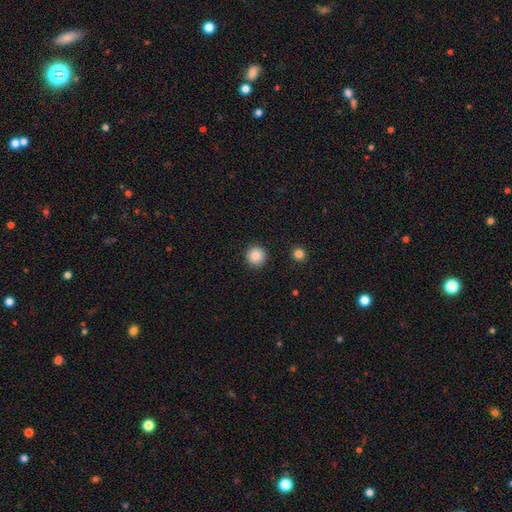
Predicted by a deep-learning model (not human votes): This appears to be a smooth galaxy with no disk features (86%) that is round (95%). Merging: none (92%).